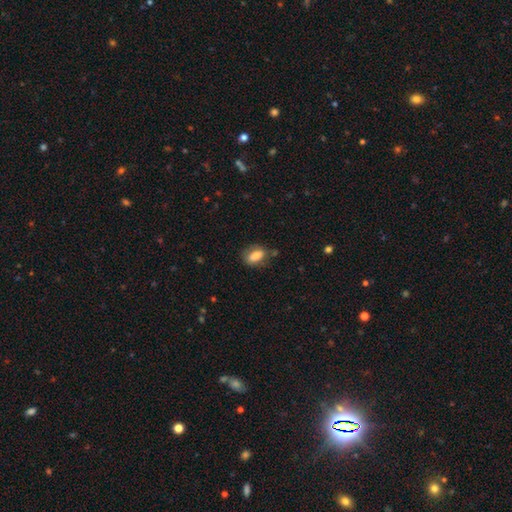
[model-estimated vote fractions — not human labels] A smooth galaxy with no disk features (82%) that is in between round and cigar-shaped (83%). Merging: none (68%).